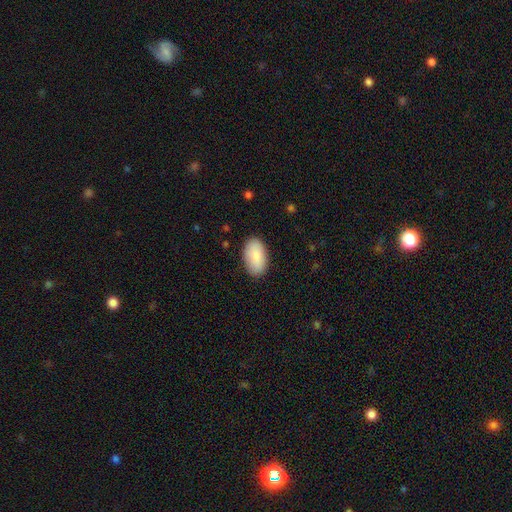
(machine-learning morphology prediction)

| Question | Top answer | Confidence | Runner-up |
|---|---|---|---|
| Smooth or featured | smooth | 86% | featured or disk (8%) |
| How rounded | in between | 95% | round (4%) |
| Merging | none | 86% | minor disturbance (10%) |